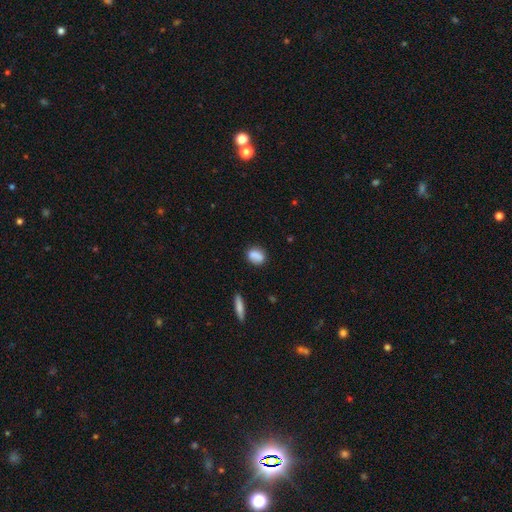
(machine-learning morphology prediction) smooth_or_featured: smooth (p=0.82) [alt: featured or disk p=0.09]
how_rounded: in between (p=0.58) [alt: round p=0.37]
merging: none (p=0.75) [alt: minor disturbance p=0.15]